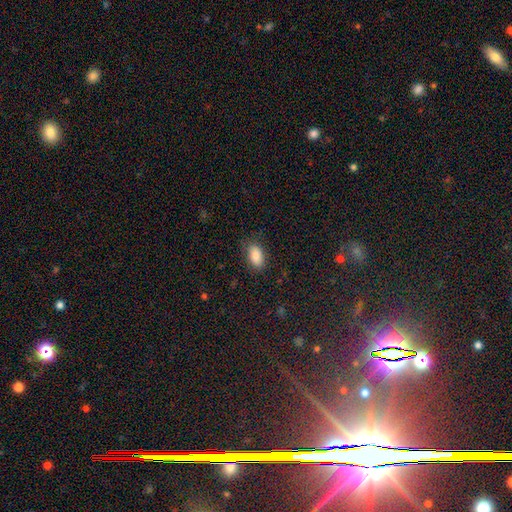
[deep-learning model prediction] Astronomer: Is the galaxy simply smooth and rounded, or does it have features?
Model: smooth — 86%.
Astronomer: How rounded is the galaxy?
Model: in between — 92%.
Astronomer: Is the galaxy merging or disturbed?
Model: none — 82%.